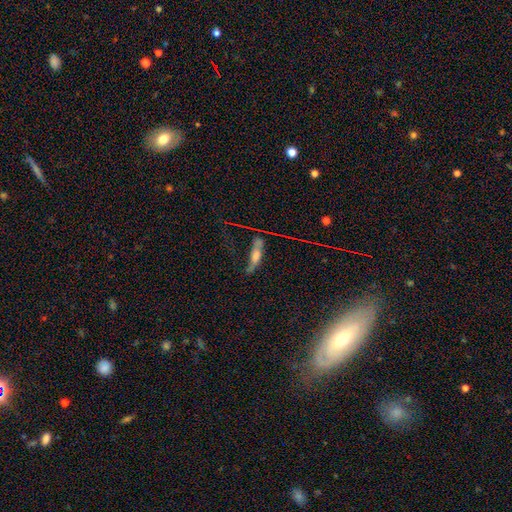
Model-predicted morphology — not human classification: Smooth or featured: featured or disk — 48% (smooth — 38%)
Merging: none — 43% (major disturbance — 26%)